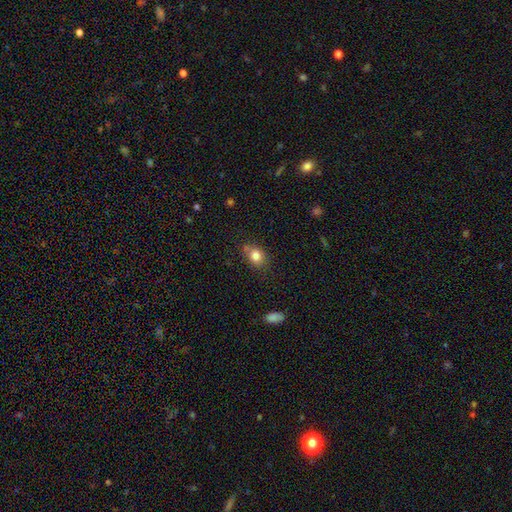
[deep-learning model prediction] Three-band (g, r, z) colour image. It shows a smooth galaxy with no disk features (82%) that is in between round and cigar-shaped (51%). Merging: none (65%).